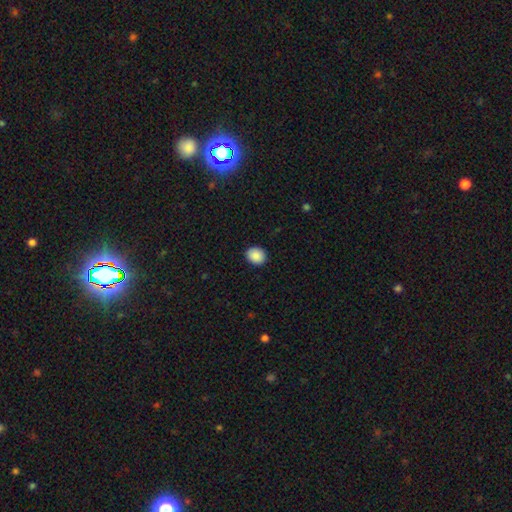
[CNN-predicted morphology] smooth_or_featured: smooth (p=0.89) [alt: star or artifact p=0.08]
how_rounded: round (p=0.62) [alt: in between p=0.37]
merging: none (p=0.90) [alt: minor disturbance p=0.07]